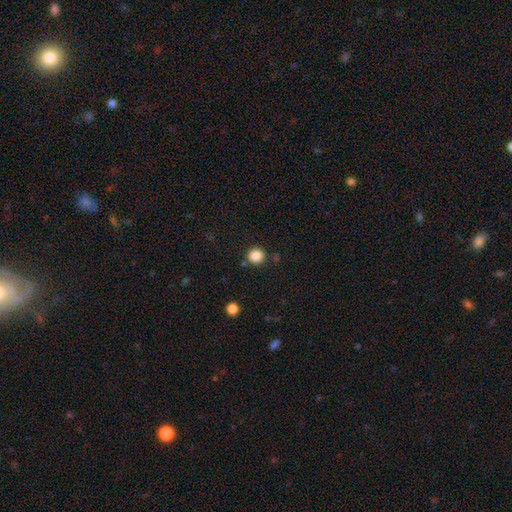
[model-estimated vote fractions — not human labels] Morphology: type=smooth (85%); roundness=round (94%); merging=none (86%).